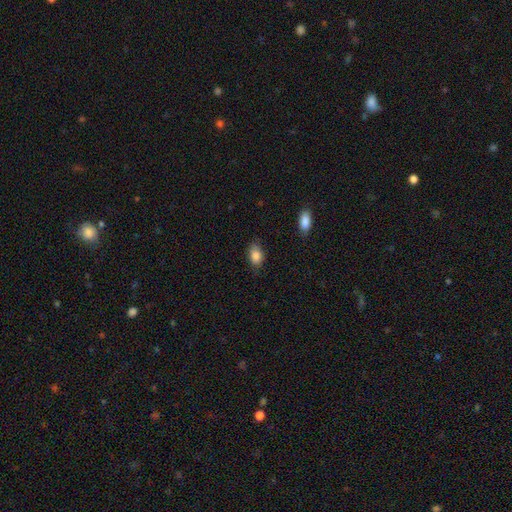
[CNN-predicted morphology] Smooth or featured? smooth (85%)
How rounded? in between (85%)
Merging? none (77%)